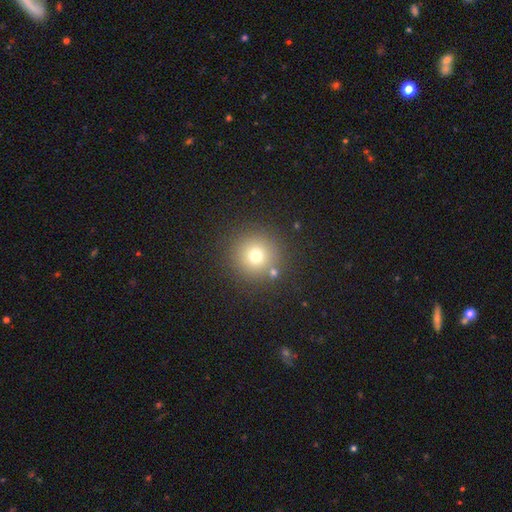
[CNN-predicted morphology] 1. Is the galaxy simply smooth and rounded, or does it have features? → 72% smooth, 17% star or artifact, 11% featured or disk.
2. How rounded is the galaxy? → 95% round, 4% in between, 1% cigar-shaped.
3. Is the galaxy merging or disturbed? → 84% none, 7% minor disturbance, 5% merger, 3% major disturbance.